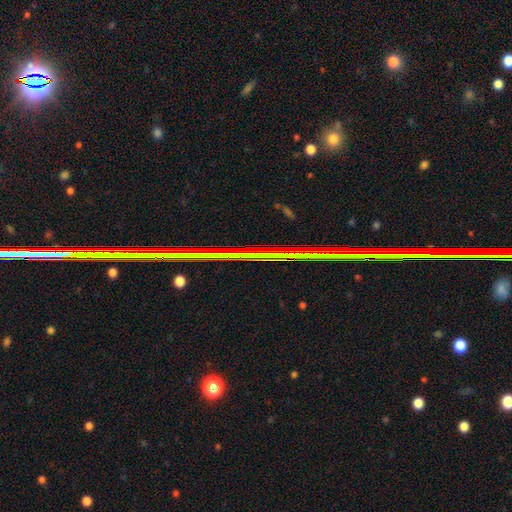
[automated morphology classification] smooth-or-featured: star or artifact: 78% | featured or disk: 13% | smooth: 9%